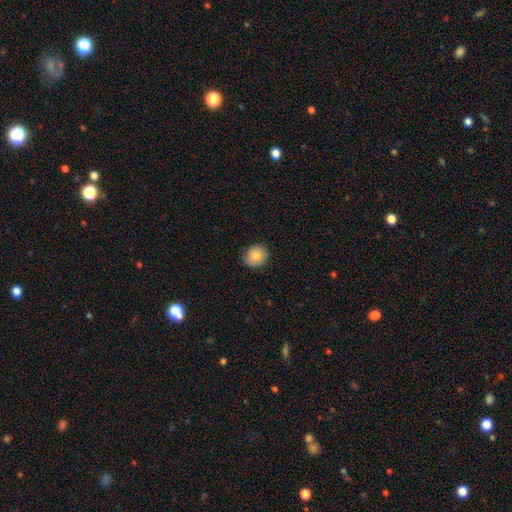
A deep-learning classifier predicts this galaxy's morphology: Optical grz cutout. It shows a smooth galaxy with no disk features (83%) that is round (73%). Merging: none (87%).